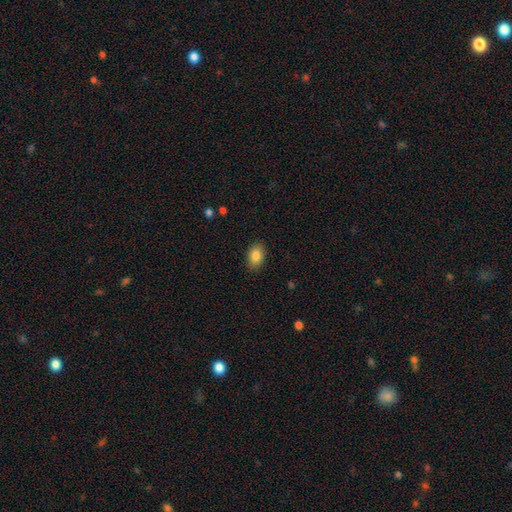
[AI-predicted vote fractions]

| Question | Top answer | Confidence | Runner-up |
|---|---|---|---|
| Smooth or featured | smooth | 85% | star or artifact (8%) |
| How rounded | in between | 85% | round (13%) |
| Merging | none | 88% | minor disturbance (9%) |